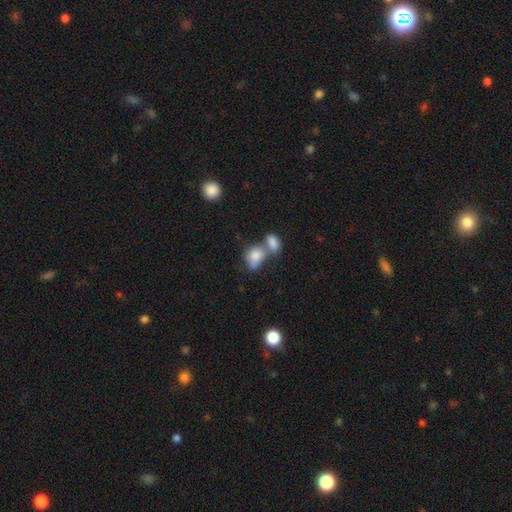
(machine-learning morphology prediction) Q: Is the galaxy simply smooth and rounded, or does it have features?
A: smooth — 79%.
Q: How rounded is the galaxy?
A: in between — 66%.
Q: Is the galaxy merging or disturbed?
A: merger — 58%.